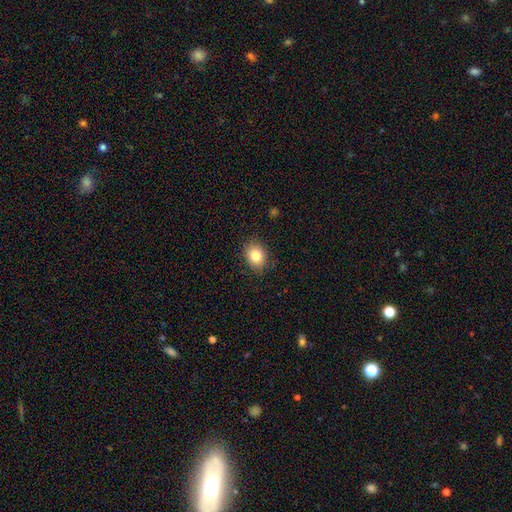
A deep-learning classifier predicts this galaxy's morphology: The model was most divided on "how rounded": in between: 59%, round: 41%, cigar-shaped: 1%. More confident: merging — none (86%); smooth or featured — smooth (83%).